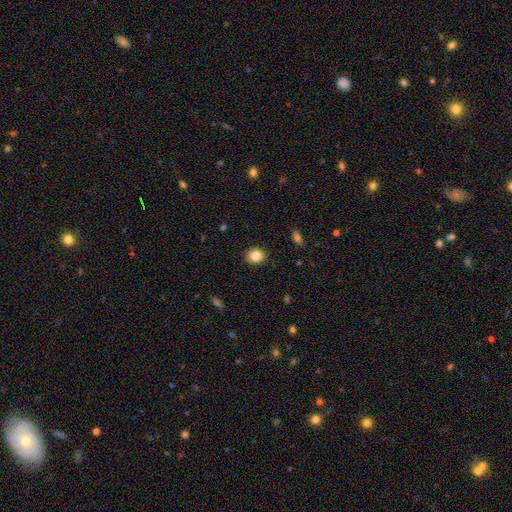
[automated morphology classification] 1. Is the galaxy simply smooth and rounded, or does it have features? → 84% smooth, 10% star or artifact, 7% featured or disk.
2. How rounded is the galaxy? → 62% round, 37% in between, 1% cigar-shaped.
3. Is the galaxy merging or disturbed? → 89% none, 8% minor disturbance, 2% major disturbance, 1% merger.